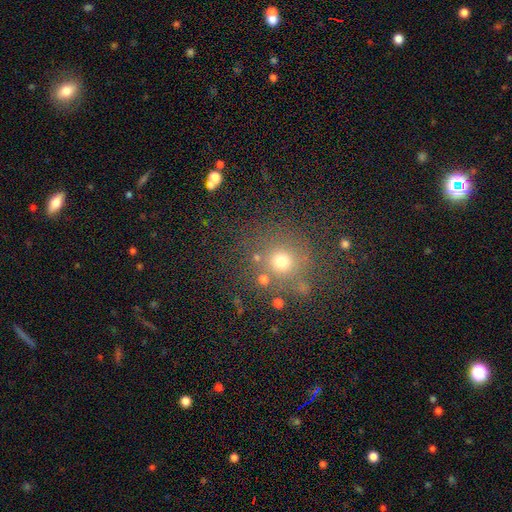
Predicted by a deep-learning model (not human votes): A smooth galaxy with no disk features (50%) that is round (86%).

Vote fractions:
- Smooth or featured? smooth: 50% / star or artifact: 41% / featured or disk: 9%
- How rounded? round: 86% / in between: 12% / cigar-shaped: 1%
- Merging? none: 80% / minor disturbance: 9% / merger: 7% / major disturbance: 4%